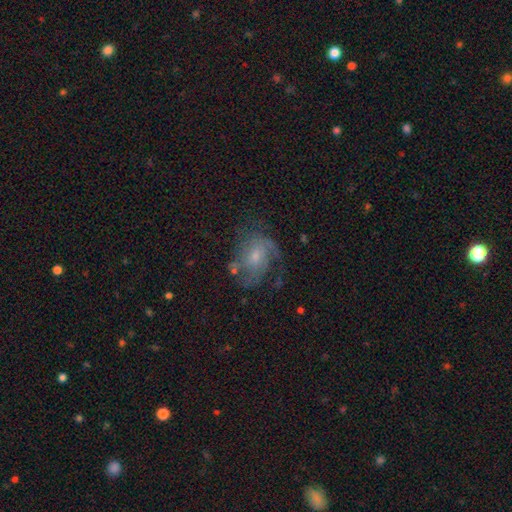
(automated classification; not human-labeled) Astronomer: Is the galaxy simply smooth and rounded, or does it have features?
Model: featured or disk — 67%.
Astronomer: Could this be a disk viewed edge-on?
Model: no — 97%.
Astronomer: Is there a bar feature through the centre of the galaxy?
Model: no — 63%.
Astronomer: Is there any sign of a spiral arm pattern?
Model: yes — 84%.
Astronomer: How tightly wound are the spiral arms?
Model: medium — 44% (runner-up: loose, 30%).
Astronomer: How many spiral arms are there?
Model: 2 — 31% (runner-up: can't tell, 30%).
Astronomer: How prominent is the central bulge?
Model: small — 58% (runner-up: moderate, 33%).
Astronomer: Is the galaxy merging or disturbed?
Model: none — 49% (runner-up: major disturbance, 25%).